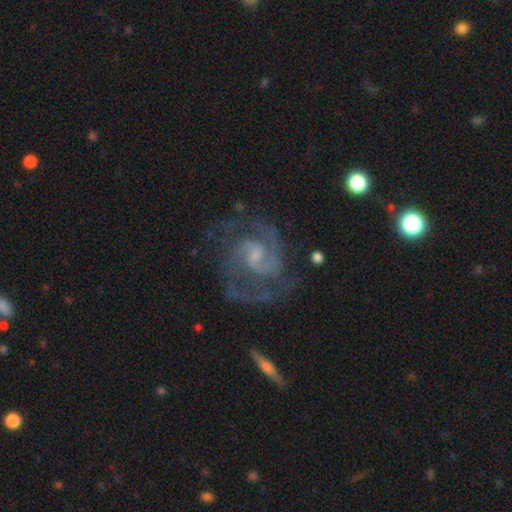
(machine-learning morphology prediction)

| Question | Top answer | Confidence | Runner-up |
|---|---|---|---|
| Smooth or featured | featured or disk | 91% | star or artifact (5%) |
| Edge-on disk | no | 98% | yes (2%) |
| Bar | weak | 56% | no (30%) |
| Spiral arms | yes | 98% | no (2%) |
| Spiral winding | medium | 55% | tight (35%) |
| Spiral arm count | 2 | 82% | 3 (7%) |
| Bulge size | small | 59% | moderate (21%) |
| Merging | none | 71% | minor disturbance (17%) |